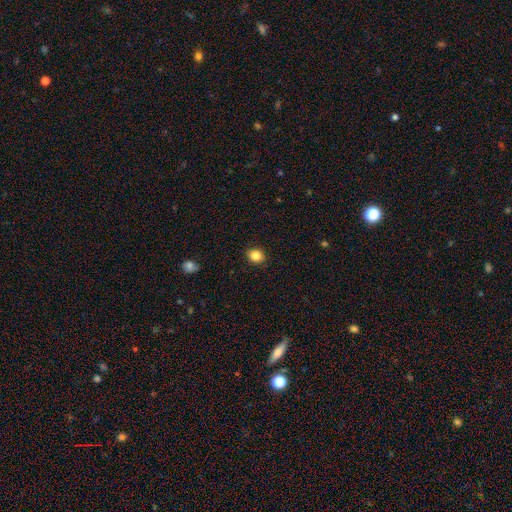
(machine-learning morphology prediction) smooth 85%, star or artifact 10%, featured or disk 5%. Down the decision tree: how rounded — round (64%); merging — none (89%).